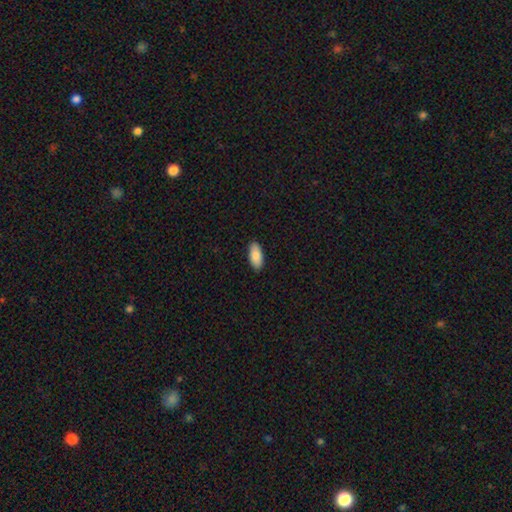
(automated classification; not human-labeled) A smooth galaxy with no disk features (88%) that is in between round and cigar-shaped (90%). Merging: none (90%).